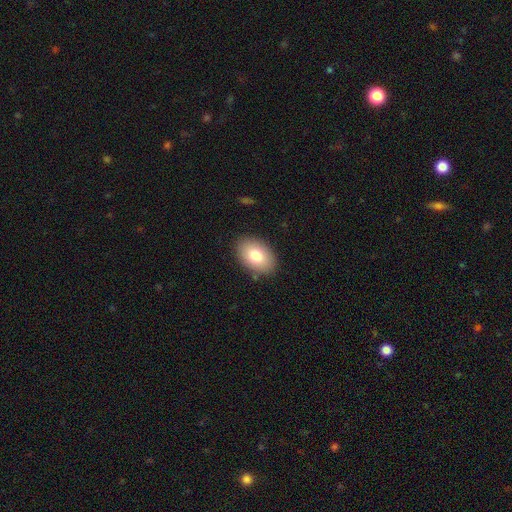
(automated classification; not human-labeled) smooth_or_featured: smooth (p=0.79) [alt: featured or disk p=0.13]
how_rounded: in between (p=0.87) [alt: round p=0.12]
merging: none (p=0.87) [alt: minor disturbance p=0.10]